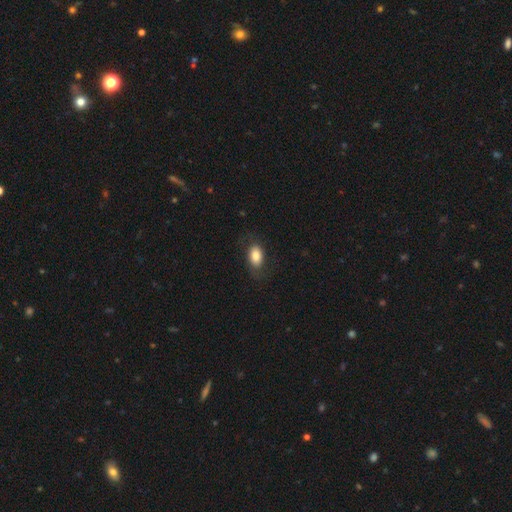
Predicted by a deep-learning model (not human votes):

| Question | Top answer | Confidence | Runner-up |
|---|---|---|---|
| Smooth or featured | smooth | 79% | featured or disk (14%) |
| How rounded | in between | 87% | round (11%) |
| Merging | none | 71% | minor disturbance (18%) |